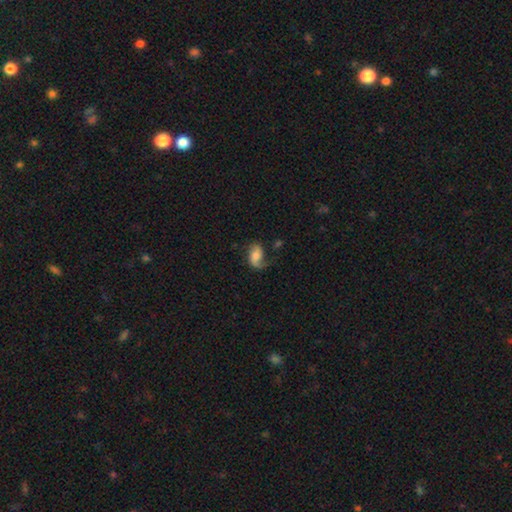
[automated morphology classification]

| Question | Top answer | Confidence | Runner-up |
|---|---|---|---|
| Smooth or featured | featured or disk | 58% | smooth (34%) |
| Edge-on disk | no | 96% | yes (4%) |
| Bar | no | 62% | weak (30%) |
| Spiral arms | yes | 90% | no (10%) |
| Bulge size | moderate | 45% | small (30%) |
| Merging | none | 47% | major disturbance (25%) |